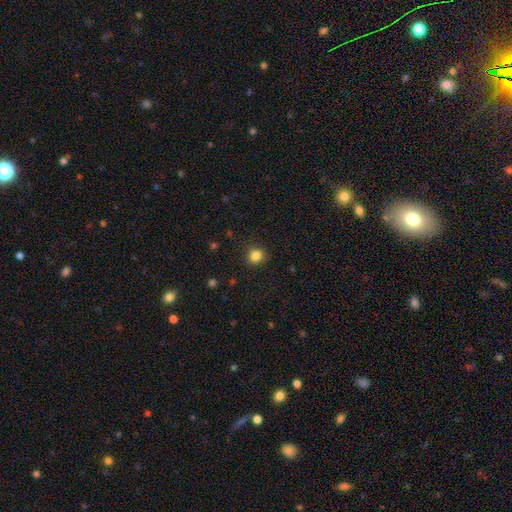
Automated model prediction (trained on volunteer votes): Smooth or featured? Predicted: smooth (p=0.84). How rounded? Predicted: round (p=0.87). Merging? Predicted: none (p=0.89).